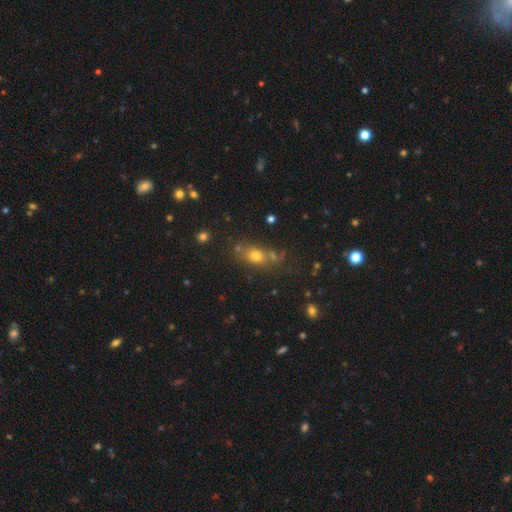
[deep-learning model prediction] Smooth or featured? smooth (66%)
How rounded? in between (49%)
Merging? none (65%)